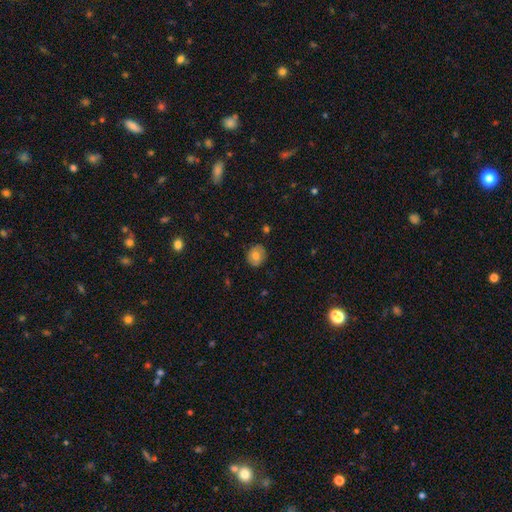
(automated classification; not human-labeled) A smooth galaxy with no disk features (68%) that is round (62%). Merging: none (82%).